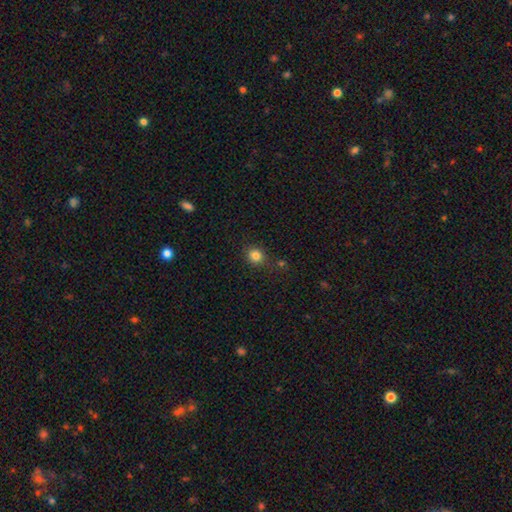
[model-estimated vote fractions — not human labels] Q: Smooth or featured?
A: smooth (83%); runner-up: star or artifact (12%)
Q: How rounded?
A: round (82%); runner-up: in between (17%)
Q: Merging?
A: none (81%); runner-up: minor disturbance (11%)